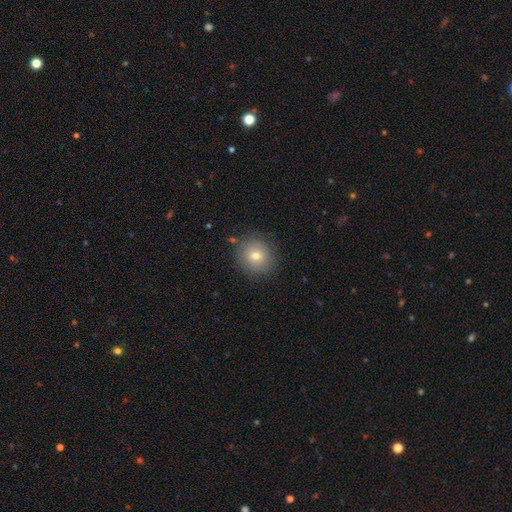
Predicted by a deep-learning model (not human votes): The model was most divided on "smooth or featured": smooth: 74%, featured or disk: 15%, star or artifact: 12%. More confident: how rounded — round (85%); merging — none (85%).